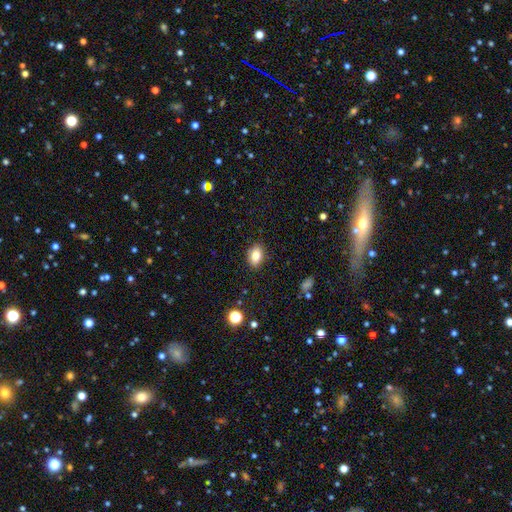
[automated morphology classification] Smooth or featured: smooth — 81% (featured or disk — 9%)
How rounded: in between — 80% (round — 18%)
Merging: none — 88% (minor disturbance — 9%)